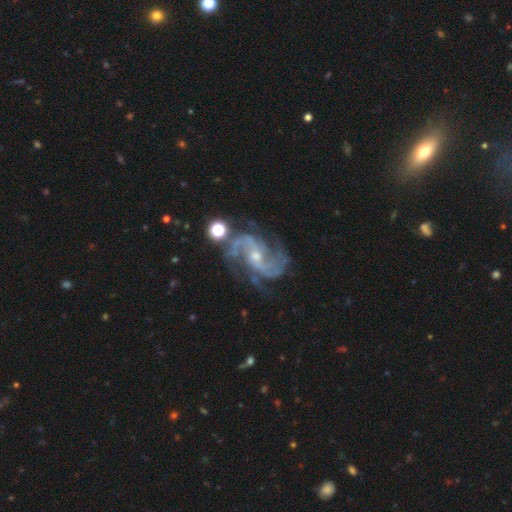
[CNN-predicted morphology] Smooth or featured? featured or disk (91%)
Edge-on disk? no (98%)
Bar? no (46%)
Spiral arms? yes (98%)
Spiral winding? medium (53%)
Spiral arm count? 2 (54%)
Bulge size? small (62%)
Merging? none (65%)